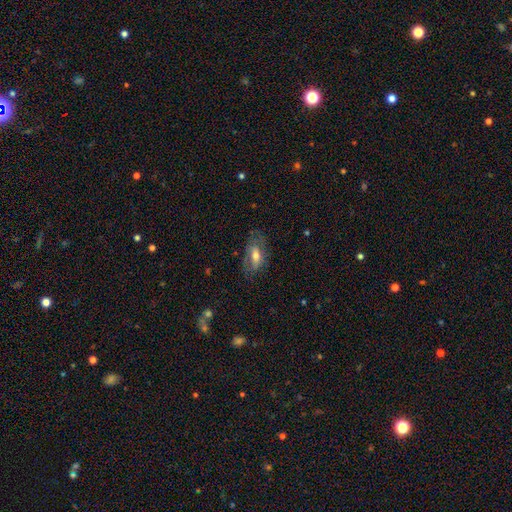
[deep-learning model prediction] The model was most divided on "smooth or featured": smooth: 47%, featured or disk: 44%, star or artifact: 9%. More confident: merging — none (63%).